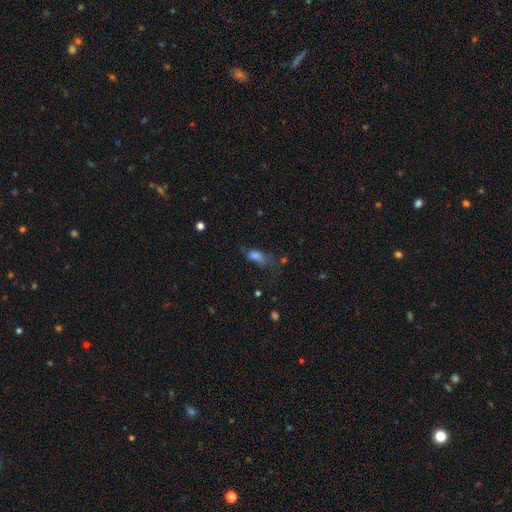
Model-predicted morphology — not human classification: smooth-or-featured: smooth: 71% | featured or disk: 15% | star or artifact: 14%
  how-rounded: in between: 76% | cigar-shaped: 16% | round: 8%
  merging: major disturbance: 37% | none: 30% | minor disturbance: 27% | merger: 6%